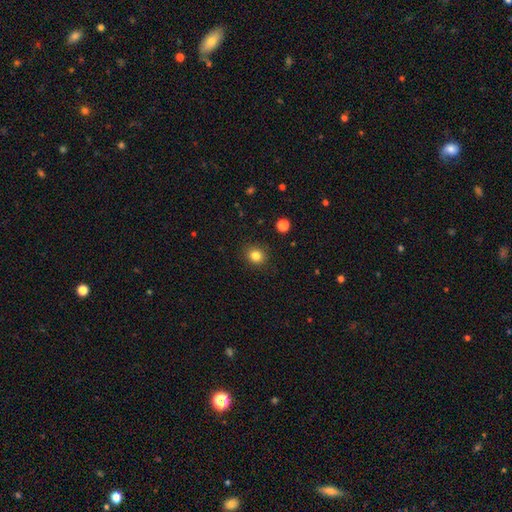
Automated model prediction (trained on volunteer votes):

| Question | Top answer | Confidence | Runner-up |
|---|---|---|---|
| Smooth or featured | smooth | 83% | star or artifact (12%) |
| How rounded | round | 80% | in between (19%) |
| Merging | none | 90% | minor disturbance (7%) |